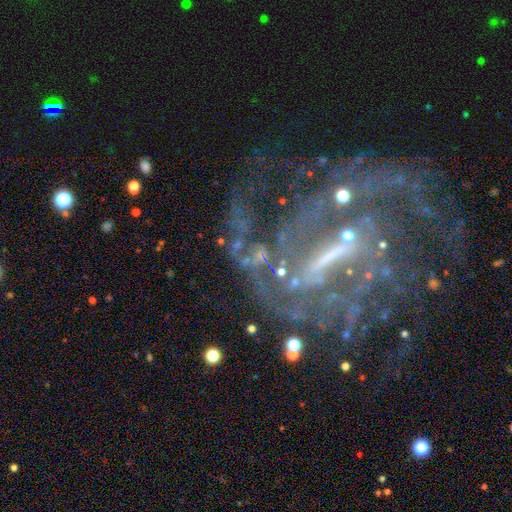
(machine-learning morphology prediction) The model was most divided on "spiral winding": medium: 38%, tight: 33%, loose: 29%. Remaining: edge-on disk — no (94%); spiral arms — yes (79%); smooth or featured — featured or disk (79%); bar — strong (56%); merging — none (48%); bulge size — none (43%); spiral arm count — can't tell (35%).